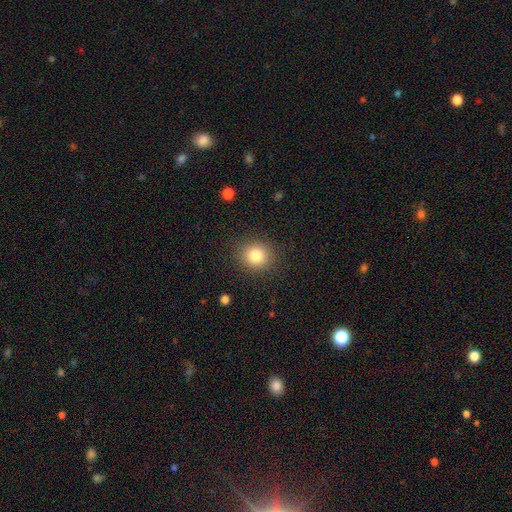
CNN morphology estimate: smooth-or-featured: smooth: 82% | star or artifact: 11% | featured or disk: 7%
  how-rounded: round: 81% | in between: 18% | cigar-shaped: 1%
  merging: none: 88% | minor disturbance: 8% | major disturbance: 3% | merger: 1%